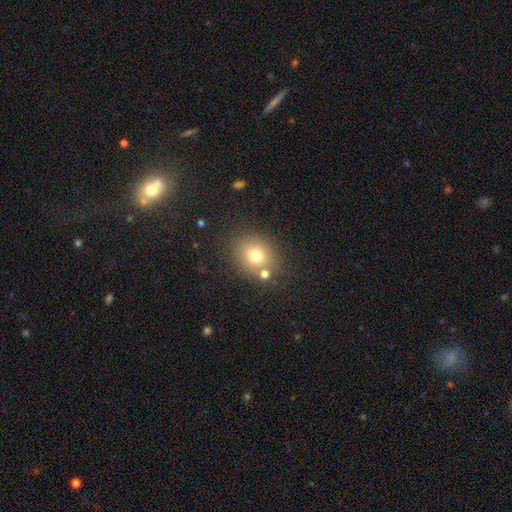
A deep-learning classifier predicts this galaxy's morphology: Smooth or featured? smooth (74%)
How rounded? round (66%)
Merging? none (73%)